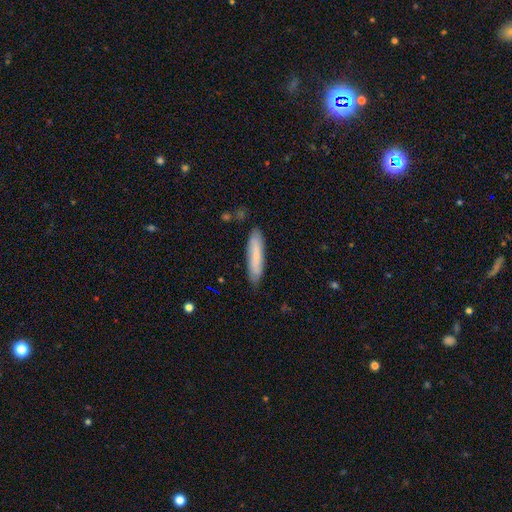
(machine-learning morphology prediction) smooth_or_featured: smooth (p=0.75) [alt: featured or disk p=0.19]
how_rounded: cigar-shaped (p=0.86) [alt: in between p=0.13]
merging: none (p=0.85) [alt: minor disturbance p=0.12]